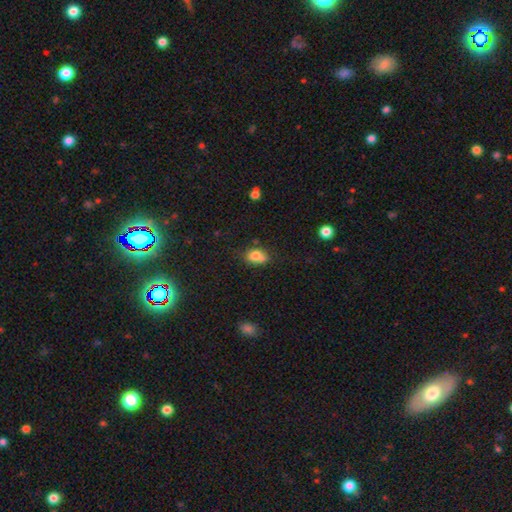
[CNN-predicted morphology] smooth_or_featured: smooth (p=0.76) [alt: featured or disk p=0.13]
how_rounded: in between (p=0.63) [alt: round p=0.36]
merging: none (p=0.46) [alt: merger p=0.25]